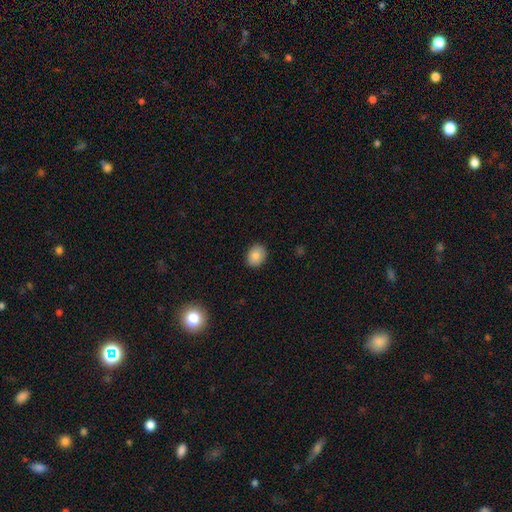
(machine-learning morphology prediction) Smooth or featured: smooth — 86% (star or artifact — 8%)
How rounded: in between — 53% (round — 46%)
Merging: none — 88% (minor disturbance — 9%)